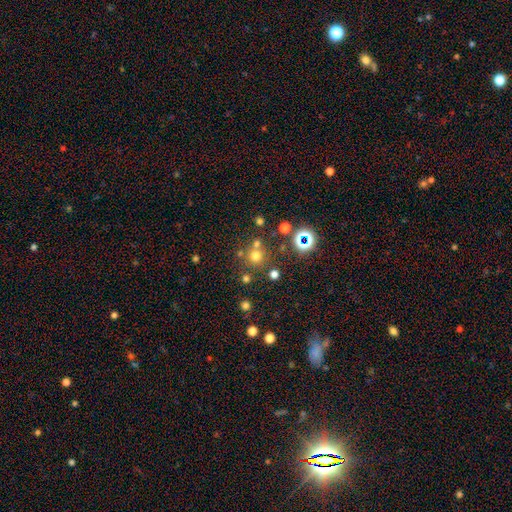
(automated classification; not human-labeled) This is likely a smooth galaxy (64%). How rounded: clearly round (93%). Merging: likely none (71%).